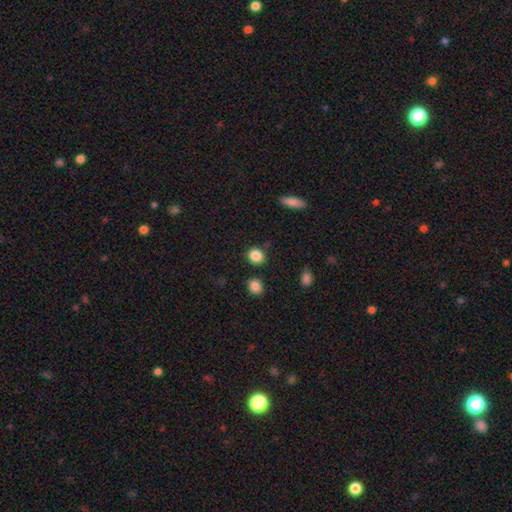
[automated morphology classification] Overall: smooth (86%). How rounded: round (81%). Merging: none (85%).